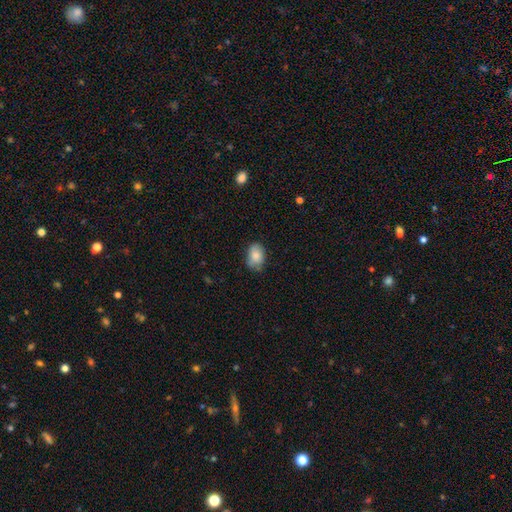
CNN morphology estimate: This appears to be a smooth galaxy with no disk features (84%) that is in between round and cigar-shaped (82%). Merging: none (70%).